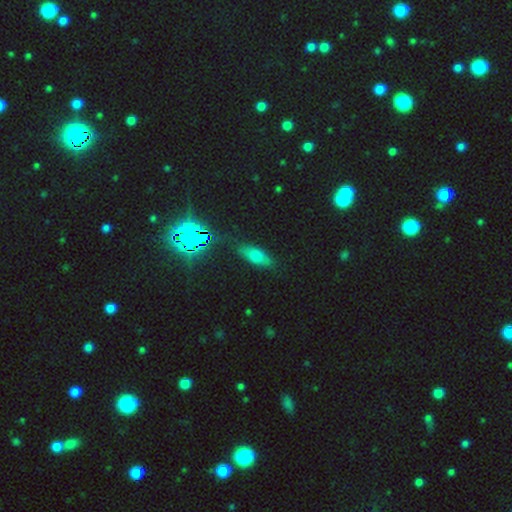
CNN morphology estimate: Overall: smooth (57%; featured or disk 21%). How rounded: in between (71%). Merging: none (80%).